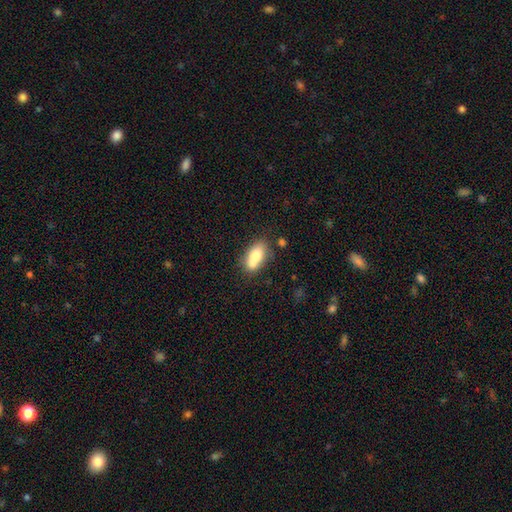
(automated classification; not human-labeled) smooth-or-featured: smooth: 70% | featured or disk: 22% | star or artifact: 8%
  how-rounded: in between: 85% | round: 9% | cigar-shaped: 6%
  merging: none: 44% | merger: 36% | minor disturbance: 15% | major disturbance: 5%